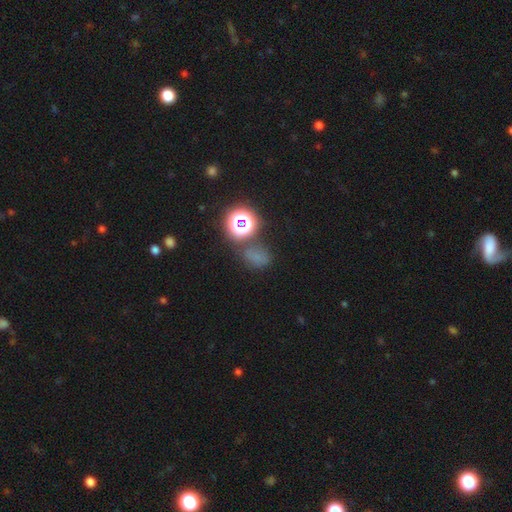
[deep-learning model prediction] The model was most divided on "how rounded": in between: 50%, round: 48%, cigar-shaped: 2%. More confident: merging — none (55%); smooth or featured — smooth (52%).